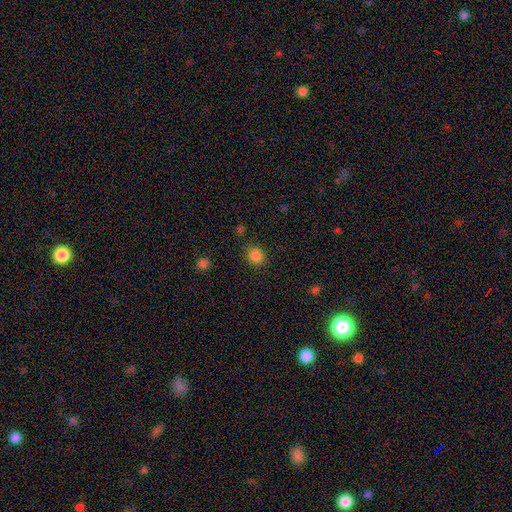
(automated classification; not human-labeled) Overall: smooth (85%). How rounded: round (82%). Merging: none (87%).